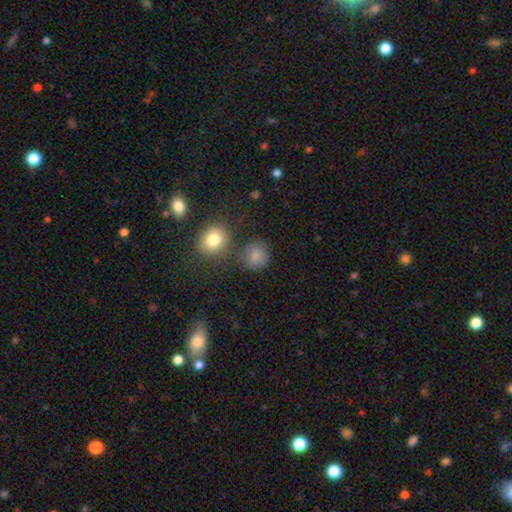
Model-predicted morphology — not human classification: type=smooth (82%); roundness=round (86%); merging=none (72%).